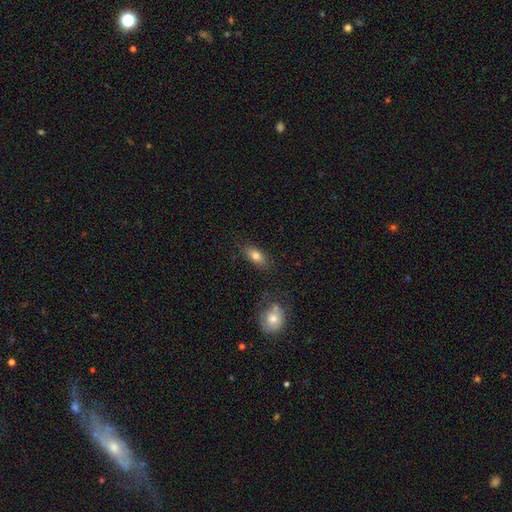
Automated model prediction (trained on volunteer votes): Smooth or featured: smooth — 76% (featured or disk — 15%)
How rounded: in between — 83% (cigar-shaped — 10%)
Merging: none — 79% (minor disturbance — 13%)